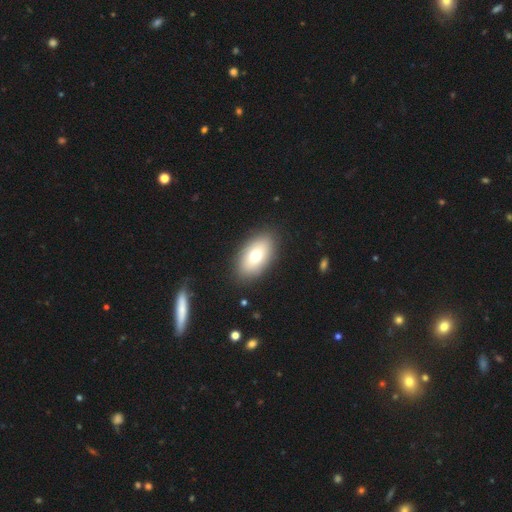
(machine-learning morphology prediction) The model was most divided on "smooth or featured": smooth: 73%, featured or disk: 19%, star or artifact: 8%. More confident: how rounded — in between (91%); merging — none (88%).